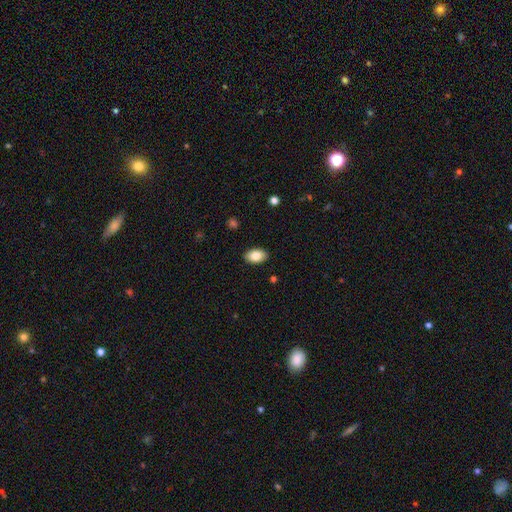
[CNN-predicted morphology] Smooth or featured?
  - smooth: 85% *
  - featured or disk: 8%
  - star or artifact: 7%
How rounded?
  - in between: 90% *
  - round: 9%
  - cigar-shaped: 1%
Merging?
  - none: 89% *
  - minor disturbance: 8%
  - major disturbance: 2%
  - merger: 1%